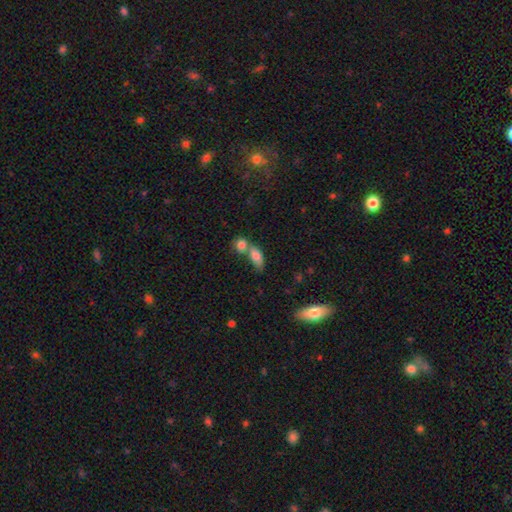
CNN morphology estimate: Smooth or featured? Predicted: smooth (p=0.80). How rounded? Predicted: in between (p=0.80). Merging? Predicted: merger (p=0.54).